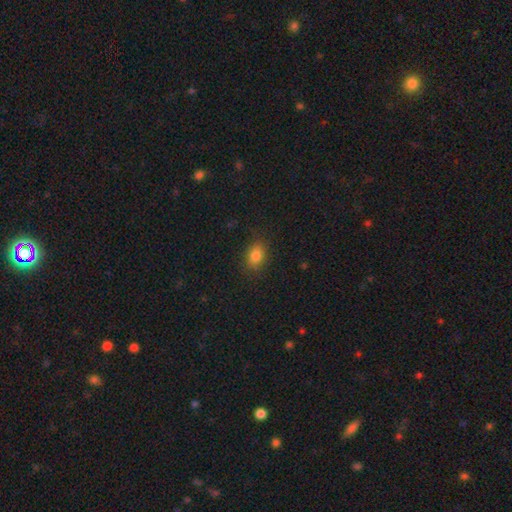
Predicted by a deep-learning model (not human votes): Smooth or featured: smooth — 82% (star or artifact — 12%)
How rounded: in between — 68% (round — 30%)
Merging: none — 85% (minor disturbance — 11%)